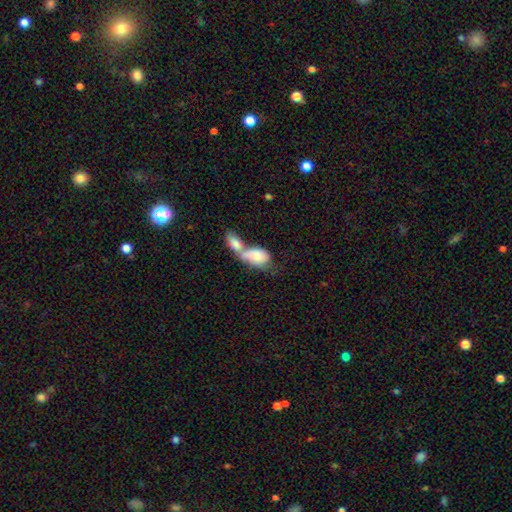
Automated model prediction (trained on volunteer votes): Morphology: type=smooth (76%); roundness=in between (86%); merging=merger (77%).